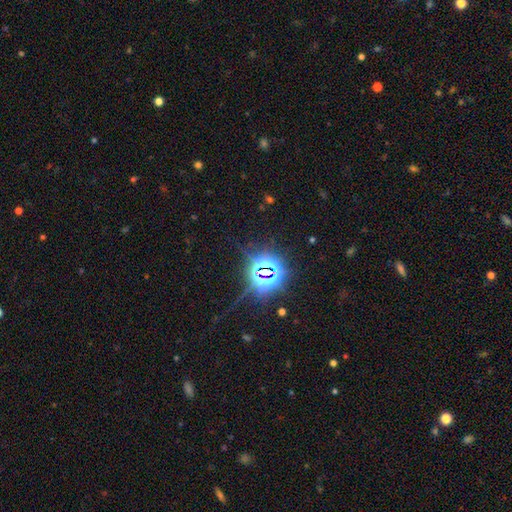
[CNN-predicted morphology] Smooth or featured: star or artifact — 84% (smooth — 10%)